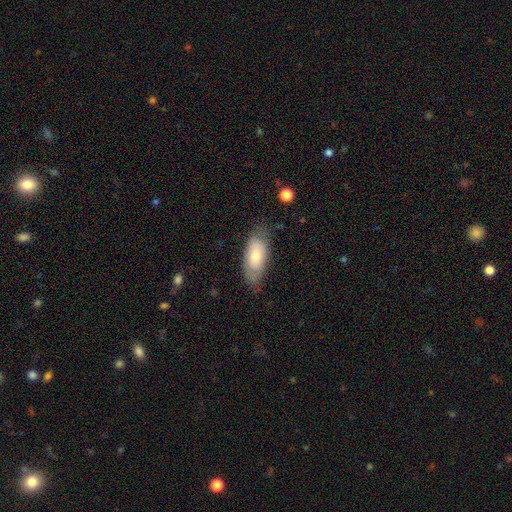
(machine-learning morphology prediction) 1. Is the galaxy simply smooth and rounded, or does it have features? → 66% smooth, 28% featured or disk, 6% star or artifact.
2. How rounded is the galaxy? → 87% in between, 10% cigar-shaped, 3% round.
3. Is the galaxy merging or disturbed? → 70% none, 22% minor disturbance, 6% major disturbance, 1% merger.